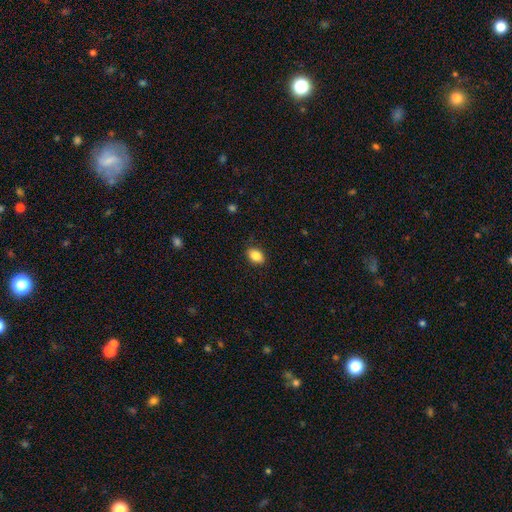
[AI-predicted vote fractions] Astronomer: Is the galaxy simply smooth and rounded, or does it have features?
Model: smooth — 85%.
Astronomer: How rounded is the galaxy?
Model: in between — 75%.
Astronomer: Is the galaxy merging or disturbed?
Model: none — 86%.